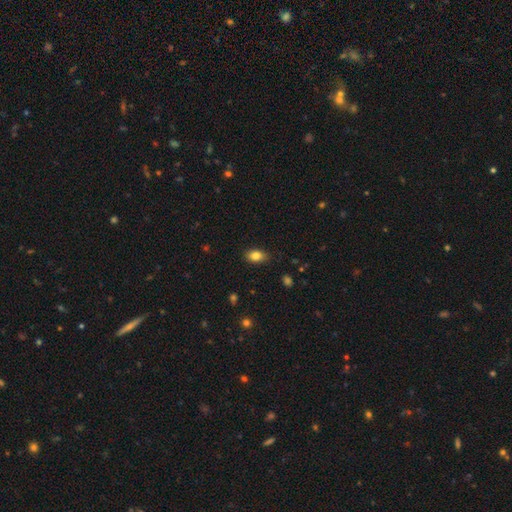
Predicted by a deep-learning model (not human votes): A smooth galaxy with no disk features (84%) that is in between round and cigar-shaped (85%). Merging: none (84%).